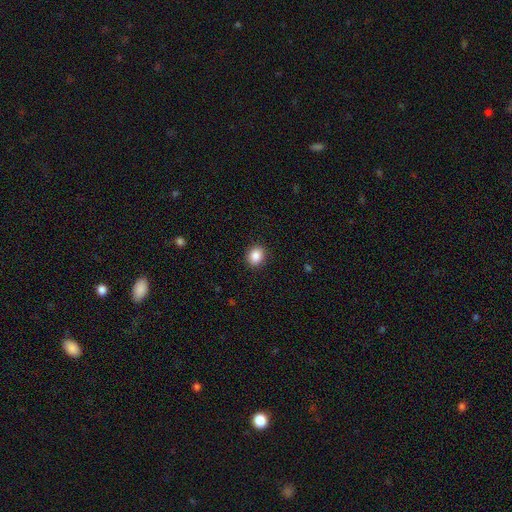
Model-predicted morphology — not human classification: Smooth or featured?
  - smooth: 87% *
  - star or artifact: 9%
  - featured or disk: 4%
How rounded?
  - round: 62% *
  - in between: 37%
  - cigar-shaped: 1%
Merging?
  - none: 90% *
  - minor disturbance: 7%
  - major disturbance: 2%
  - merger: 1%